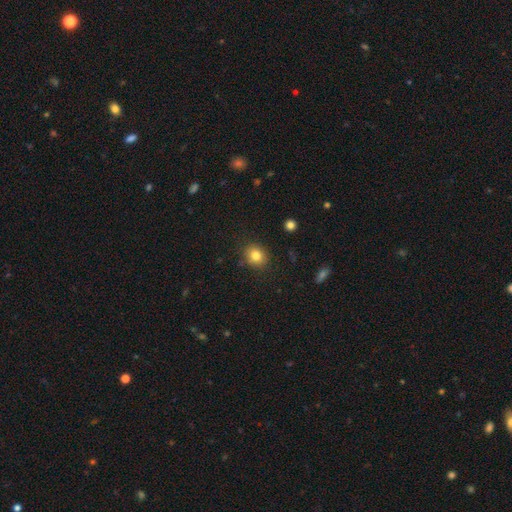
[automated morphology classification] Smooth or featured? smooth (81%)
How rounded? round (72%)
Merging? none (87%)